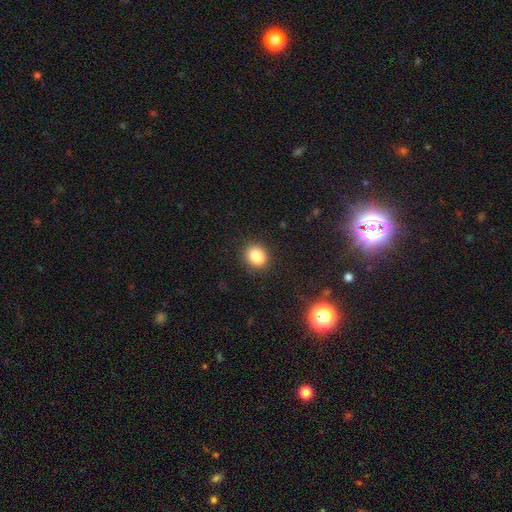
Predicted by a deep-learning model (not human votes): smooth 83%, star or artifact 11%, featured or disk 6%. Down the decision tree: how rounded — round (52%); merging — none (80%).